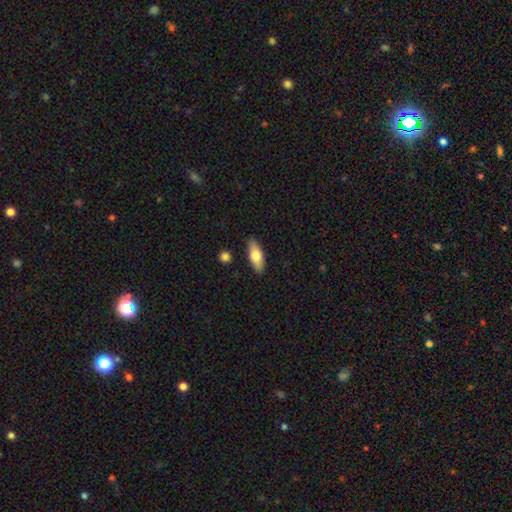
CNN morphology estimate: smooth 72%, featured or disk 22%, star or artifact 6%. Down the decision tree: how rounded — in between (75%); merging — none (86%).